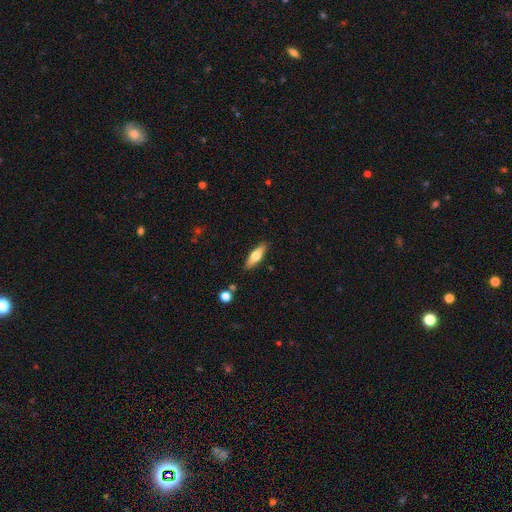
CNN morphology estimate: The model was most divided on "how rounded": cigar-shaped: 54%, in between: 44%, round: 2%. More confident: merging — none (87%); smooth or featured — smooth (53%).